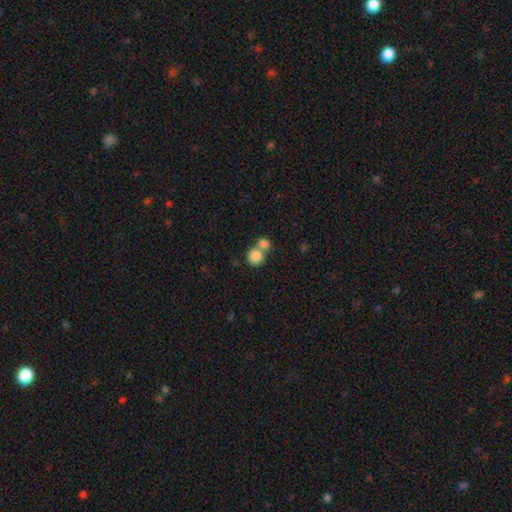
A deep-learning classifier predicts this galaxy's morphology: A smooth galaxy with no disk features (85%) that is round (86%).

Vote fractions:
- Smooth or featured? smooth: 85% / star or artifact: 8% / featured or disk: 7%
- How rounded? round: 86% / in between: 13% / cigar-shaped: 1%
- Merging? merger: 49% / none: 41% / minor disturbance: 6% / major disturbance: 3%